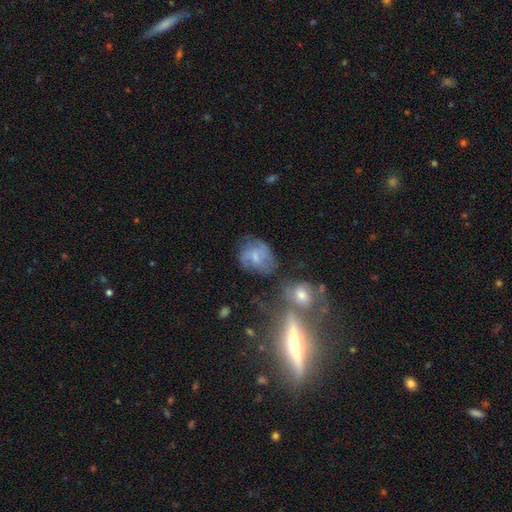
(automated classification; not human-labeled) Q: Smooth or featured?
A: featured or disk (46%); runner-up: smooth (44%)
Q: Merging?
A: none (45%); runner-up: minor disturbance (24%)